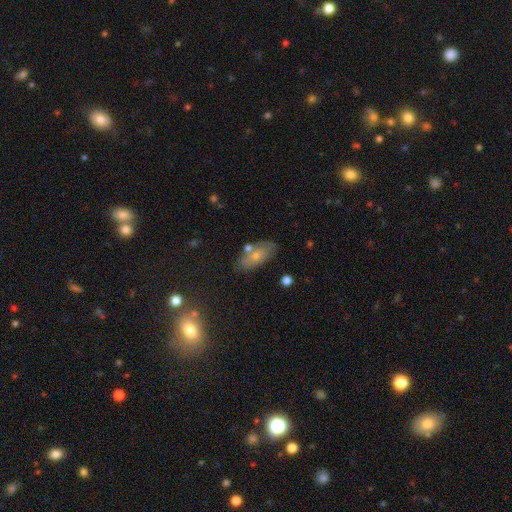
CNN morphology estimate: type=smooth (59%); roundness=in between (84%); merging=none (75%).